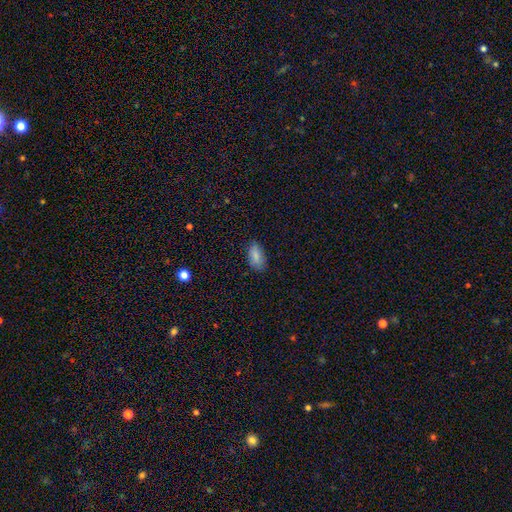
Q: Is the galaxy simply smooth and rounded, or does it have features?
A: smooth — 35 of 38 (92%).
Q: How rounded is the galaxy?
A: in between — 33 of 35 (94%).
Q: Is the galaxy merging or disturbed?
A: none — 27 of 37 (73%).